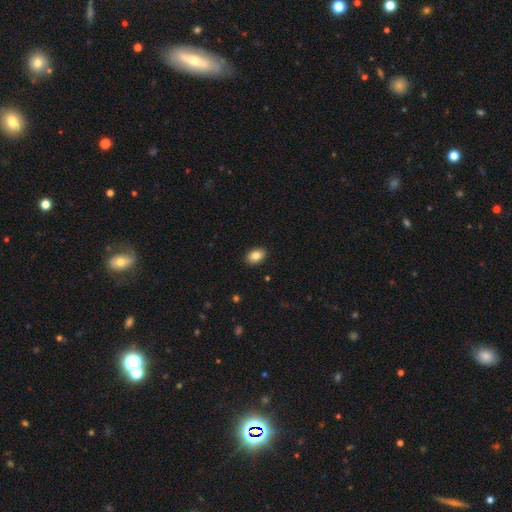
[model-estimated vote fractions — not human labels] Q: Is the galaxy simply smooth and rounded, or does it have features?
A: smooth — 84%.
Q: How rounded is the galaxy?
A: in between — 82%.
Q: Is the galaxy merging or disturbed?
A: none — 90%.